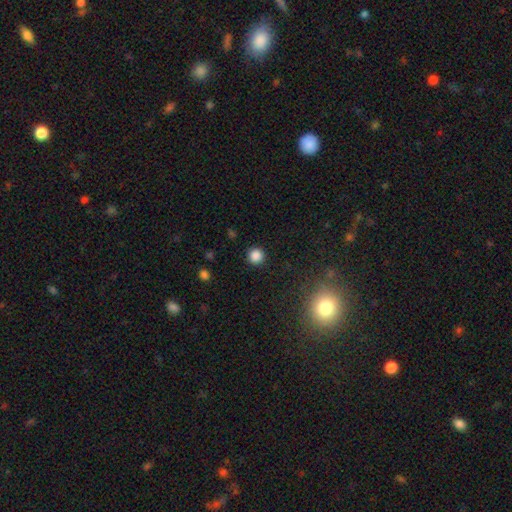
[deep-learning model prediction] A smooth galaxy with no disk features (85%) that is round (95%). Merging: none (91%).